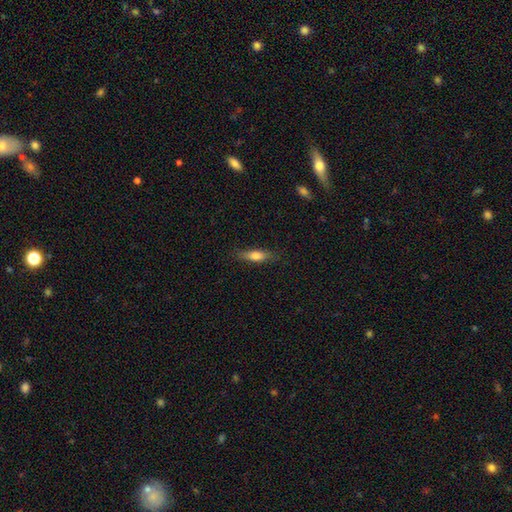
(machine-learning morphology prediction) Smooth or featured: smooth — 71% (featured or disk — 22%)
How rounded: cigar-shaped — 52% (in between — 45%)
Merging: none — 80% (minor disturbance — 16%)